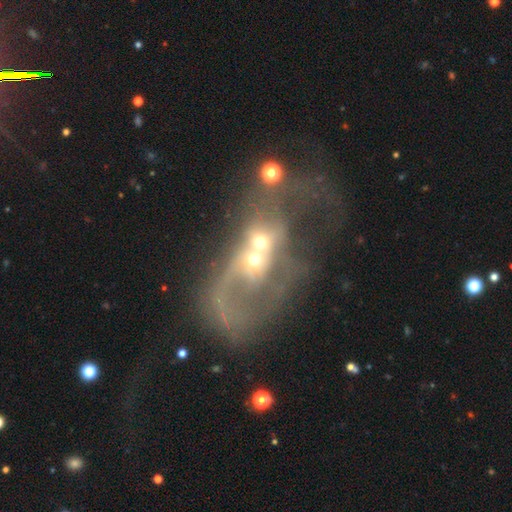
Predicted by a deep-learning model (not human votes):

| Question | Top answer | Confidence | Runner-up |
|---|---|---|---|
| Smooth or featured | featured or disk | 64% | smooth (23%) |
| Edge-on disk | no | 95% | yes (5%) |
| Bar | no | 78% | weak (17%) |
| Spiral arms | no | 55% | yes (45%) |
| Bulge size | moderate | 44% | small (40%) |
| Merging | merger | 68% | major disturbance (20%) |